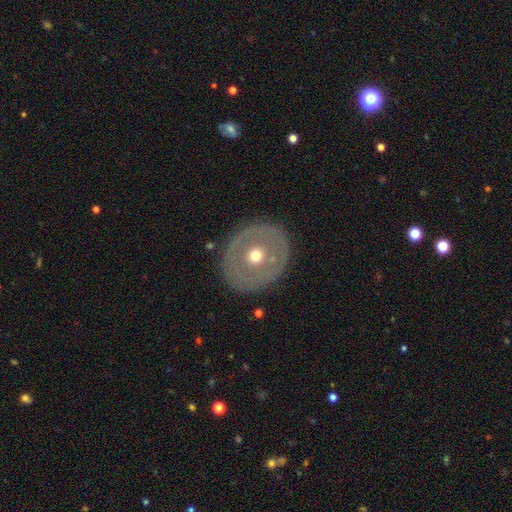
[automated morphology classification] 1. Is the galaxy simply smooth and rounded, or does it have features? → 55% featured or disk, 39% smooth, 6% star or artifact.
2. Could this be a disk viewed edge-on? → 94% no, 6% yes.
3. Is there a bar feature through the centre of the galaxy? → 90% no, 7% weak, 3% strong.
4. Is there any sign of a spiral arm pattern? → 90% no, 10% yes.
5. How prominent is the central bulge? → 71% moderate, 22% small, 5% large, 1% dominant, 1% none.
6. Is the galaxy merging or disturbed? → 84% none, 10% minor disturbance, 5% major disturbance, 2% merger.